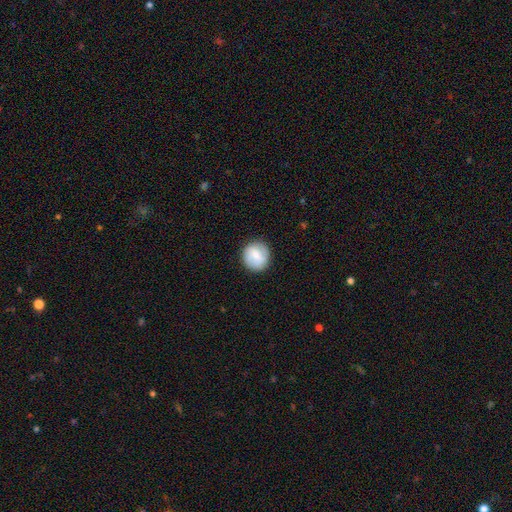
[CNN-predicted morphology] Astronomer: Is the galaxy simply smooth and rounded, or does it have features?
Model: smooth — 65%.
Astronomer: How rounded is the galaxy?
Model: round — 88%.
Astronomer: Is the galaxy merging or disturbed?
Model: none — 87%.